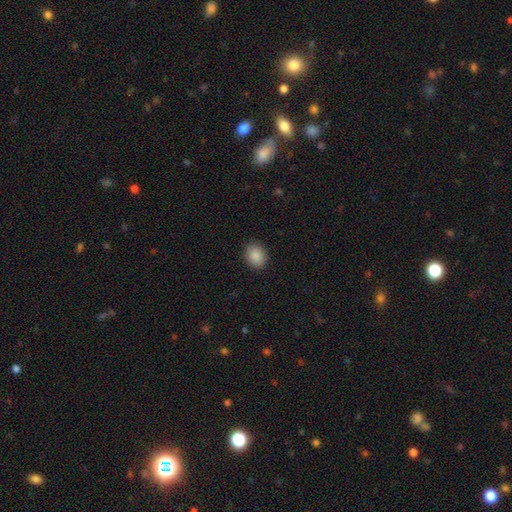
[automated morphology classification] This appears to be a smooth galaxy with no disk features (89%) that is round (50%, tied with in between). Merging: none (89%).